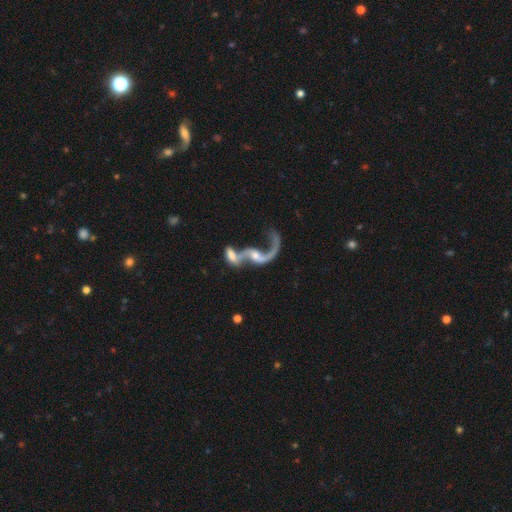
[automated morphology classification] smooth-or-featured: featured or disk: 73% | smooth: 16% | star or artifact: 11%
  disk-edge-on: no: 91% | yes: 9%
    bar: no: 61% | weak: 28% | strong: 11%
    has-spiral-arms: yes: 73% | no: 27%
    bulge-size: small: 39% | moderate: 35% | none: 17% | large: 7% | dominant: 3%
  merging: merger: 66% | none: 14% | major disturbance: 14% | minor disturbance: 6%